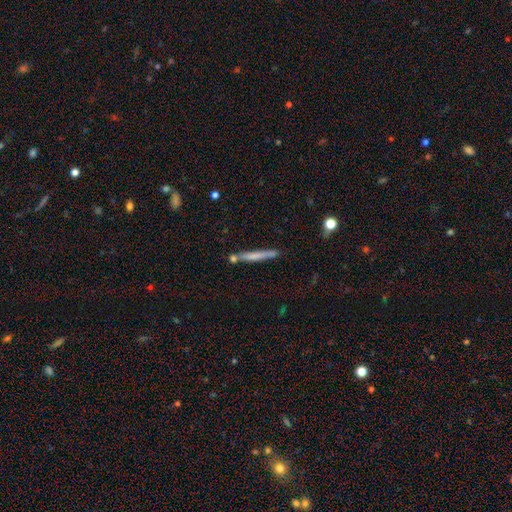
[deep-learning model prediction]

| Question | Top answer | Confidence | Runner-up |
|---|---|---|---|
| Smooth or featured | smooth | 61% | featured or disk (32%) |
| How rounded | cigar-shaped | 96% | in between (3%) |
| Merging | none | 79% | minor disturbance (11%) |